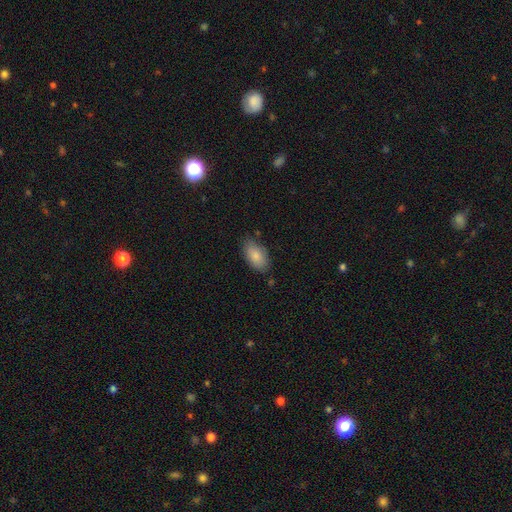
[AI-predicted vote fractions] Q: Smooth or featured?
A: smooth (84%); runner-up: featured or disk (9%)
Q: How rounded?
A: in between (93%); runner-up: round (4%)
Q: Merging?
A: none (77%); runner-up: minor disturbance (17%)